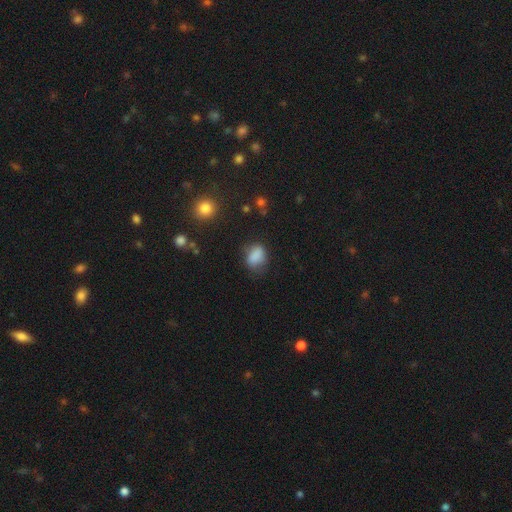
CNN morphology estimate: Smooth or featured? Predicted: smooth (p=0.81). How rounded? Predicted: in between (p=0.69). Merging? Predicted: none (p=0.59).